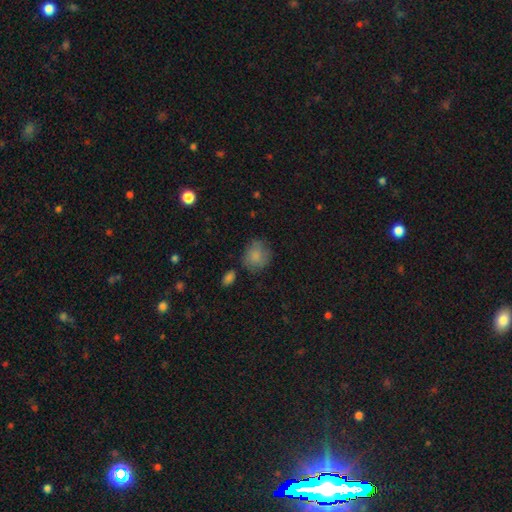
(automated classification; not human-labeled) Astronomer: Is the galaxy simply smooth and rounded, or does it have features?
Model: smooth — 80%.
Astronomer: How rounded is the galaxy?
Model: round — 72%.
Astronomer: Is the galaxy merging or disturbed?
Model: none — 66%.